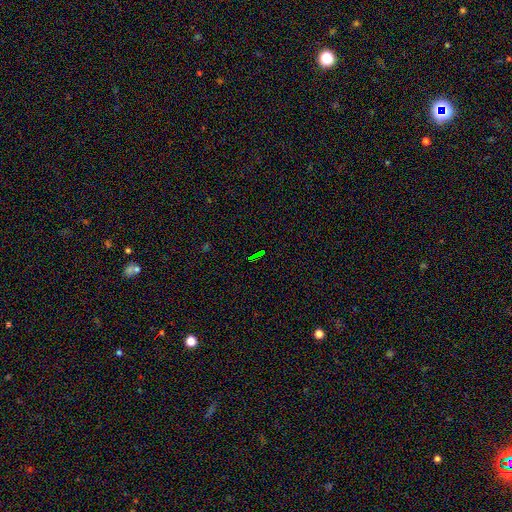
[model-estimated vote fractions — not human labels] smooth_or_featured: star or artifact (p=0.68) [alt: smooth p=0.19]